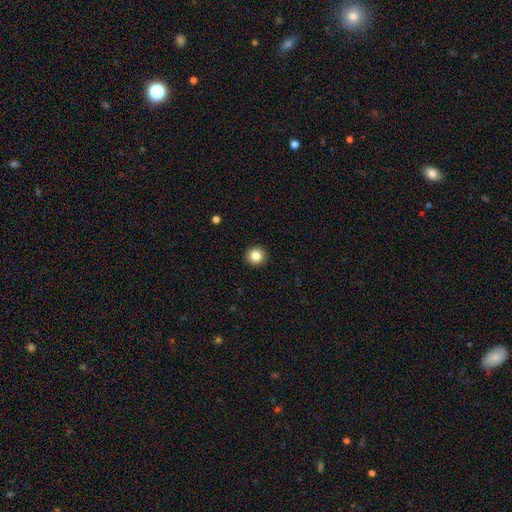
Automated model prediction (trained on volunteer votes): The model was most divided on "smooth or featured": smooth: 84%, star or artifact: 10%, featured or disk: 5%. More confident: how rounded — round (95%); merging — none (93%).